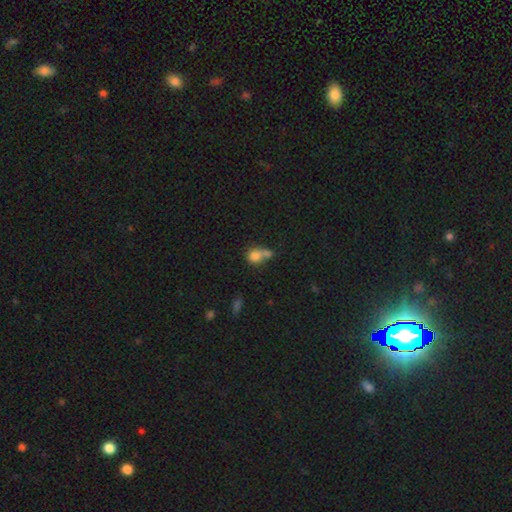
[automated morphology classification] Smooth or featured? Predicted: smooth (p=0.77). How rounded? Predicted: round (p=0.64). Merging? Predicted: merger (p=0.46).